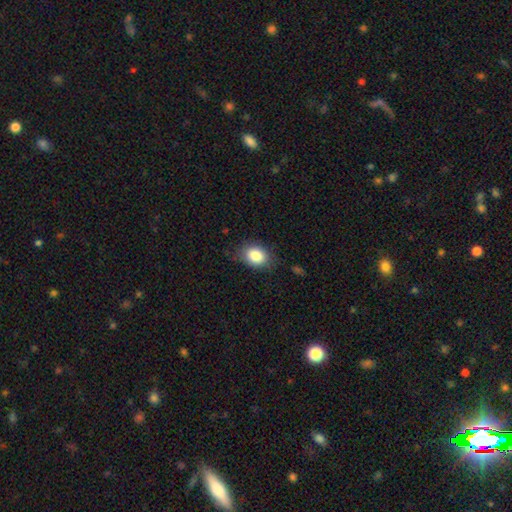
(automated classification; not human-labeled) smooth_or_featured: smooth (p=0.85) [alt: star or artifact p=0.08]
how_rounded: in between (p=0.67) [alt: round p=0.32]
merging: none (p=0.76) [alt: minor disturbance p=0.19]